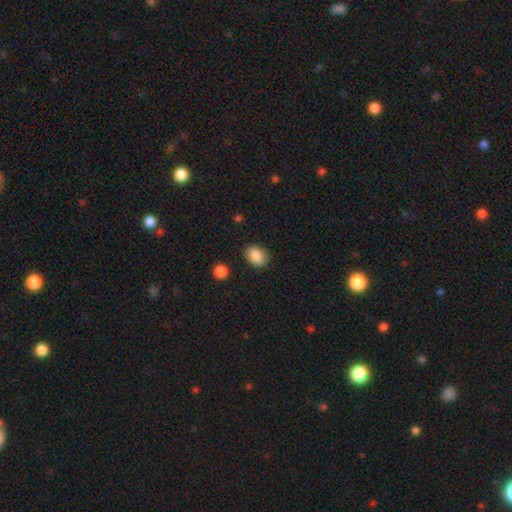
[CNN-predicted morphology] smooth-or-featured: smooth: 89% | star or artifact: 8% | featured or disk: 3%
  how-rounded: in between: 71% | round: 28% | cigar-shaped: 1%
  merging: none: 84% | minor disturbance: 11% | major disturbance: 3% | merger: 2%